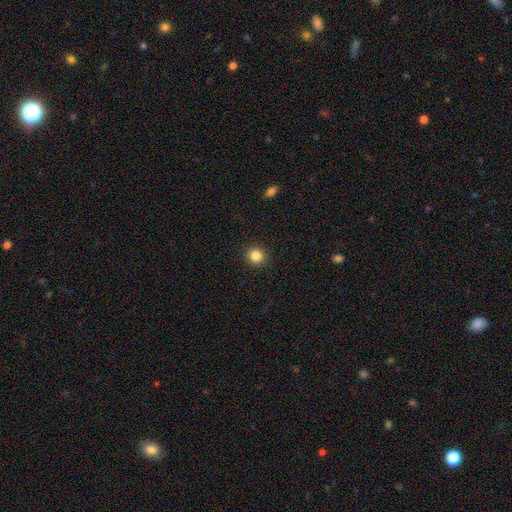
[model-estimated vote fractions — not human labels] This appears to be a smooth galaxy with no disk features (85%) that is round (91%). Merging: none (92%).